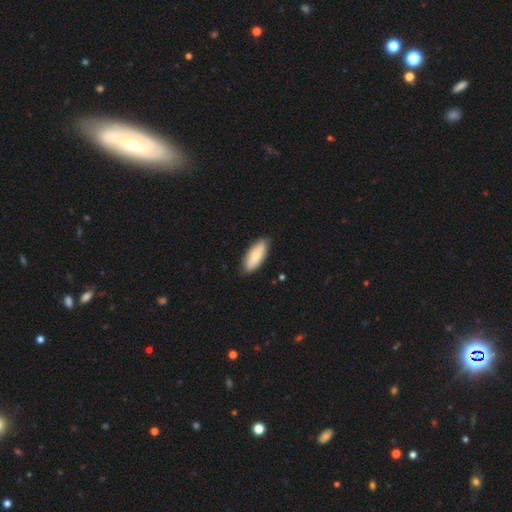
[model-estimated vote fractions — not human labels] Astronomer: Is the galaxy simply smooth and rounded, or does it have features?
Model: smooth — 72%.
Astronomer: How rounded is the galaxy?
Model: in between — 80%.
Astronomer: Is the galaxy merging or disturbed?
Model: none — 86%.